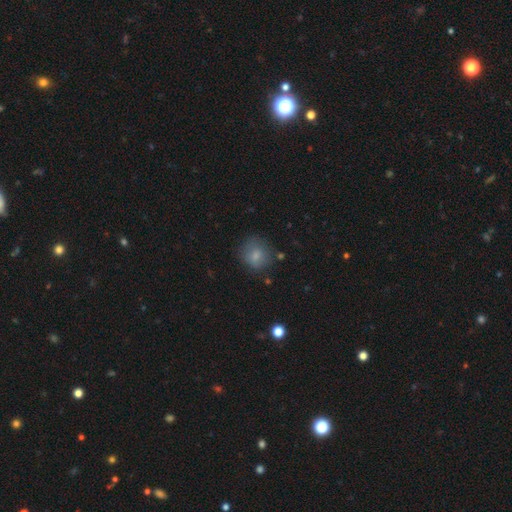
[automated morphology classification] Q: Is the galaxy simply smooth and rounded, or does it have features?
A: smooth — 79%.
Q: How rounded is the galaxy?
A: round — 78%.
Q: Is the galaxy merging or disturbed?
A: none — 69%.